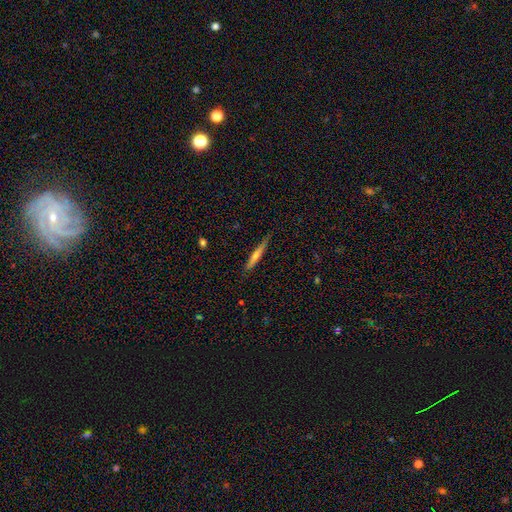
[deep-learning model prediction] A featured or disk galaxy (56%) viewed edge-on (96%) with a rounded central bulge (71%). Merging: none (87%).